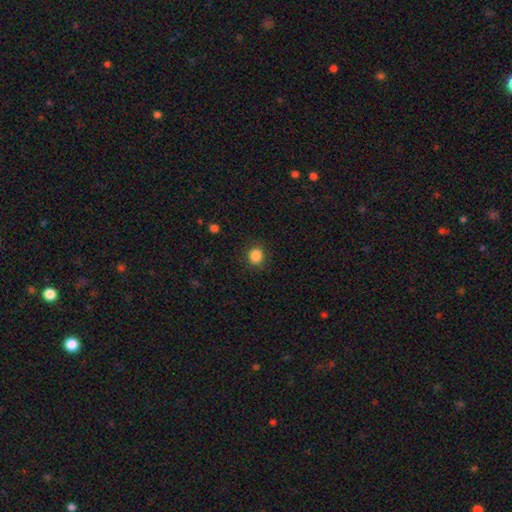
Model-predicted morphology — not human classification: Smooth or featured? Predicted: smooth (p=0.86). How rounded? Predicted: round (p=0.74). Merging? Predicted: none (p=0.88).